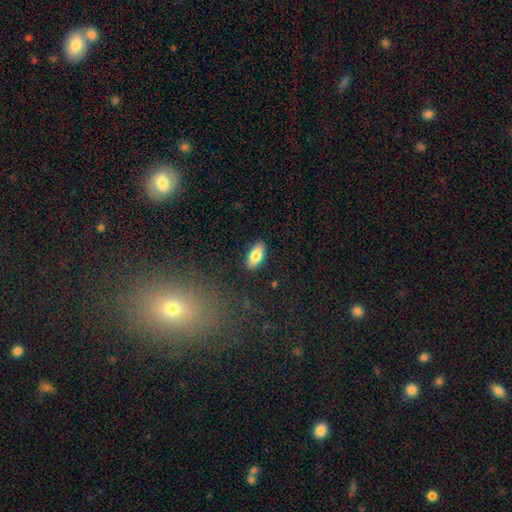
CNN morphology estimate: Overall: smooth (79%). How rounded: in between (86%). Merging: none (89%).